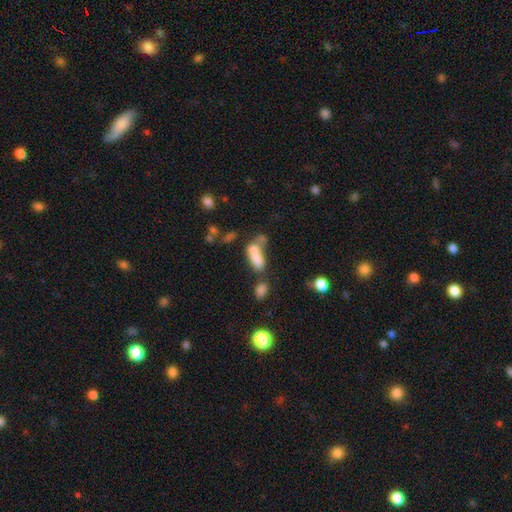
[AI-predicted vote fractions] A smooth galaxy with no disk features (70%) that is in between round and cigar-shaped (78%). Merging: merger (54%).